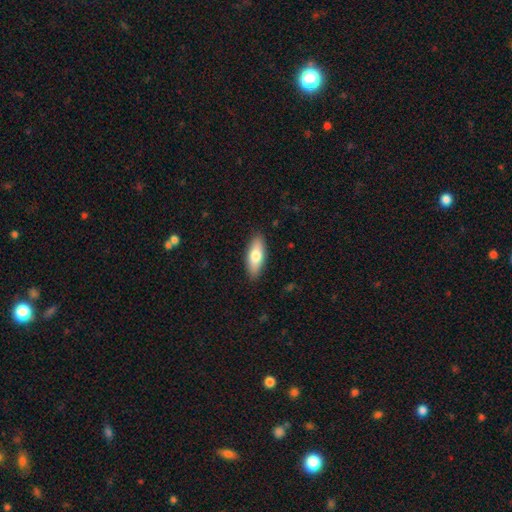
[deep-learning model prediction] smooth_or_featured: smooth (p=0.74) [alt: featured or disk p=0.20]
how_rounded: in between (p=0.68) [alt: cigar-shaped p=0.29]
merging: none (p=0.88) [alt: minor disturbance p=0.09]